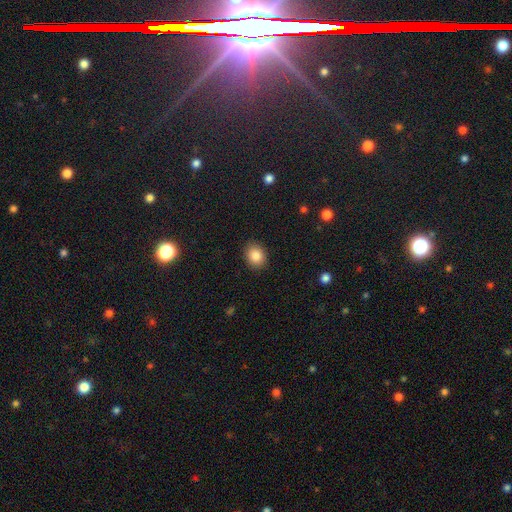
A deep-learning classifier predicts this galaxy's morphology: Smooth or featured: smooth — 85% (star or artifact — 9%)
How rounded: round — 56% (in between — 44%)
Merging: none — 89% (minor disturbance — 8%)